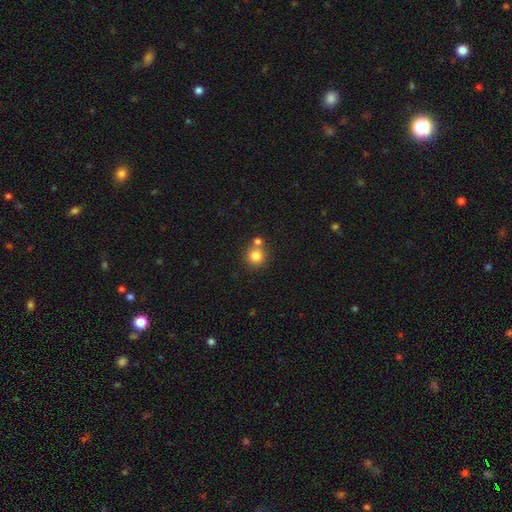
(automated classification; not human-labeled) A smooth galaxy with no disk features (81%) that is round (92%). Merging: none (66%).